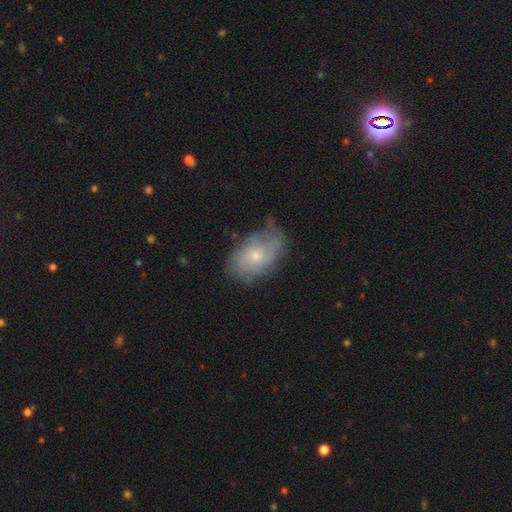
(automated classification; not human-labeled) Smooth or featured: featured or disk — 55% (smooth — 38%)
Edge-on disk: no — 95% (yes — 5%)
Bar: no — 80% (weak — 18%)
Spiral arms: yes — 77% (no — 23%)
Bulge size: small — 63% (moderate — 32%)
Merging: none — 59% (minor disturbance — 29%)